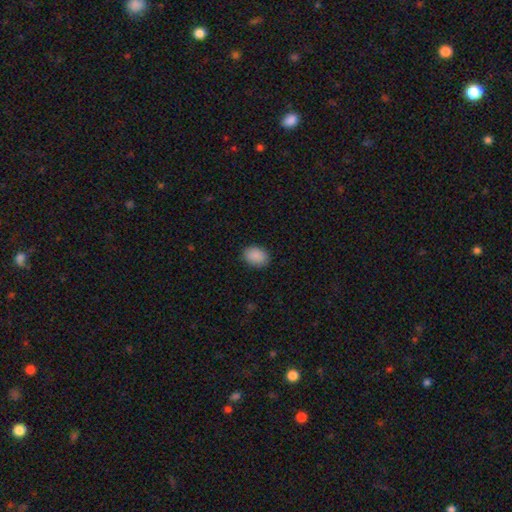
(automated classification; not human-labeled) Smooth or featured: smooth — 90% (star or artifact — 7%)
How rounded: in between — 71% (round — 28%)
Merging: none — 88% (minor disturbance — 9%)